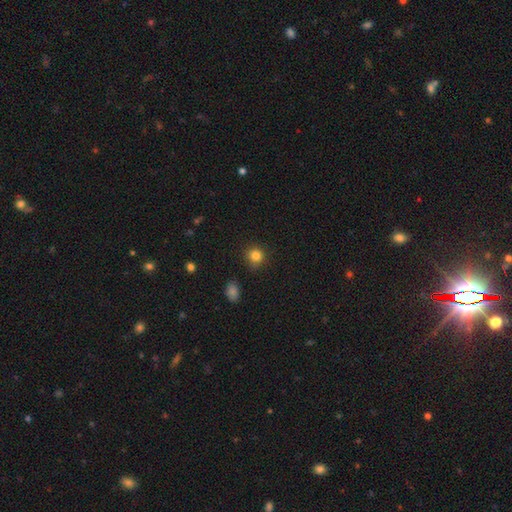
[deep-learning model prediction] Smooth or featured: smooth — 83% (star or artifact — 12%)
How rounded: round — 90% (in between — 9%)
Merging: none — 85% (minor disturbance — 11%)